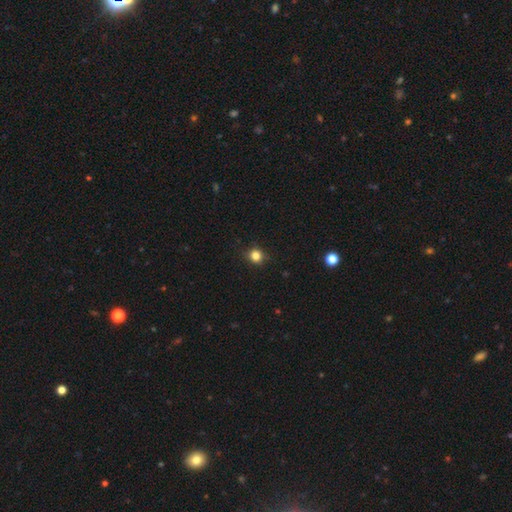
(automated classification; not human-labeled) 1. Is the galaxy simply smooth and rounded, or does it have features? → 83% smooth, 13% star or artifact, 4% featured or disk.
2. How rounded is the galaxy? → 89% round, 10% in between, 1% cigar-shaped.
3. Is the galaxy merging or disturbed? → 88% none, 9% minor disturbance, 2% major disturbance, 1% merger.